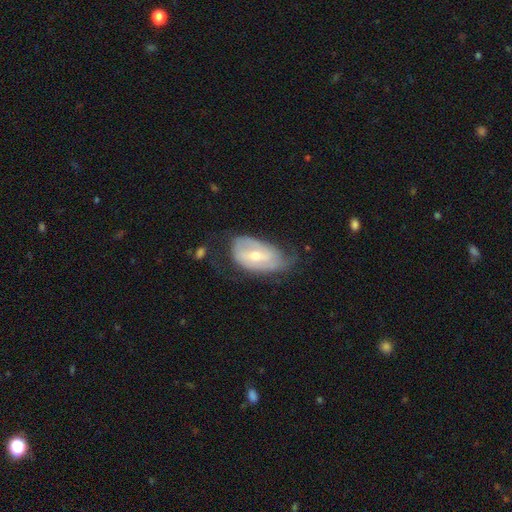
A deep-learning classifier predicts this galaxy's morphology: Smooth or featured? Predicted: featured or disk (p=0.67). Edge-on disk? Predicted: no (p=0.93). Bar? Predicted: weak (p=0.45). Spiral arms? Predicted: yes (p=0.75). Bulge size? Predicted: moderate (p=0.53). Merging? Predicted: none (p=0.47).